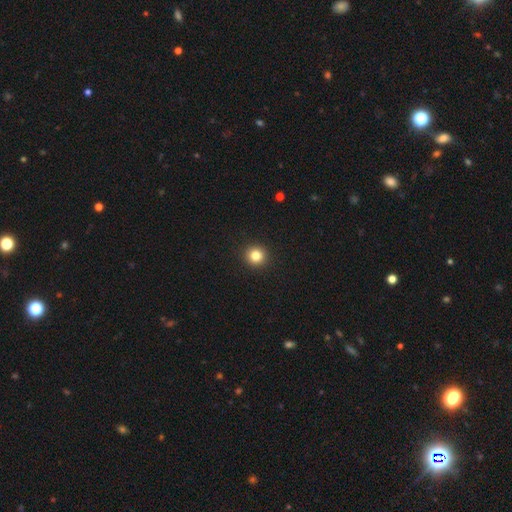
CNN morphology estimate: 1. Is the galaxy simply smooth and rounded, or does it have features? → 82% smooth, 12% star or artifact, 6% featured or disk.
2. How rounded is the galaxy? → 94% round, 5% in between, 1% cigar-shaped.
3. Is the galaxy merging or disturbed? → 94% none, 4% minor disturbance, 1% major disturbance, 1% merger.